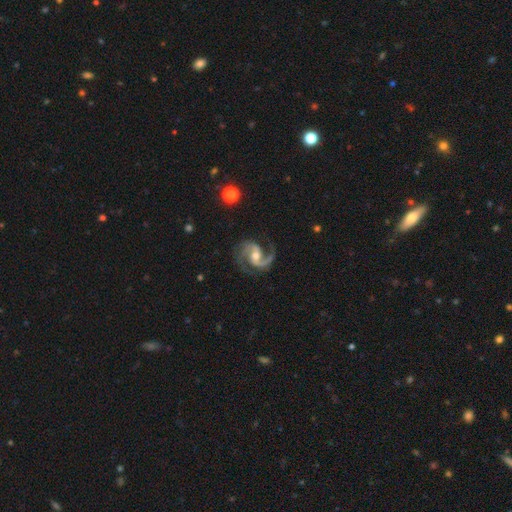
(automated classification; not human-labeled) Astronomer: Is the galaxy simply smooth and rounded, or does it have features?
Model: featured or disk — 93%.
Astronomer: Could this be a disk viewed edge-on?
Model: no — 98%.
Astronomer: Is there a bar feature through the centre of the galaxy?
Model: weak — 43% (runner-up: no, 36%).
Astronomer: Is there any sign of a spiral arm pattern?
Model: yes — 99%.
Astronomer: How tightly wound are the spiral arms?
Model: medium — 63%.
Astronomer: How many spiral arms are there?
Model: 2 — 87%.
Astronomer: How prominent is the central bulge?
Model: moderate — 63%.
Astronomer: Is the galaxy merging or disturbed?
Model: none — 75%.